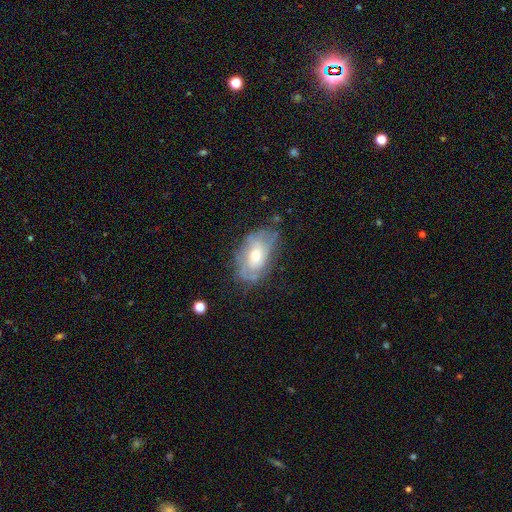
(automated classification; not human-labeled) Q: Smooth or featured?
A: featured or disk (65%); runner-up: smooth (28%)
Q: Edge-on disk?
A: no (94%); runner-up: yes (6%)
Q: Bar?
A: no (69%); runner-up: weak (26%)
Q: Spiral arms?
A: yes (74%); runner-up: no (26%)
Q: Bulge size?
A: moderate (62%); runner-up: small (26%)
Q: Merging?
A: none (63%); runner-up: minor disturbance (25%)